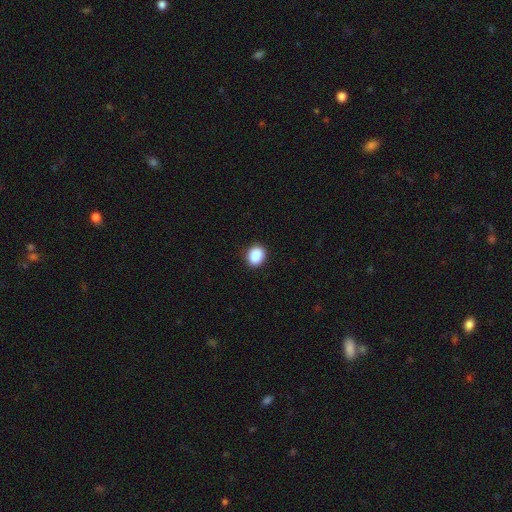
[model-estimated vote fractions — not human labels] The model was most divided on "how rounded": round: 55%, in between: 44%, cigar-shaped: 1%. More confident: smooth or featured — smooth (89%); merging — none (89%).